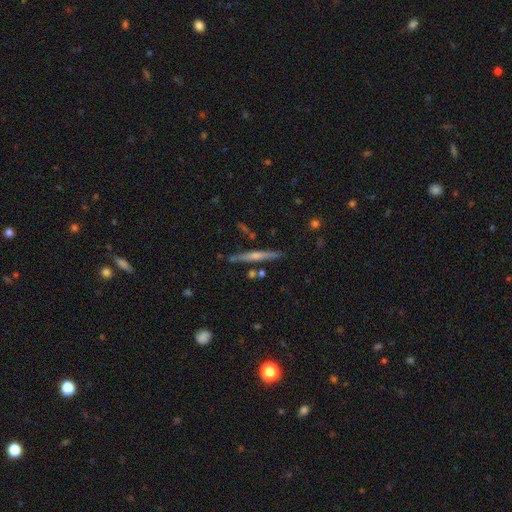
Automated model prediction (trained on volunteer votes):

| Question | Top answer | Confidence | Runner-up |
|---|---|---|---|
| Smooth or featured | featured or disk | 64% | smooth (23%) |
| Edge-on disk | yes | 94% | no (6%) |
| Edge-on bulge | rounded | 59% | none (32%) |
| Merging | none | 84% | minor disturbance (10%) |